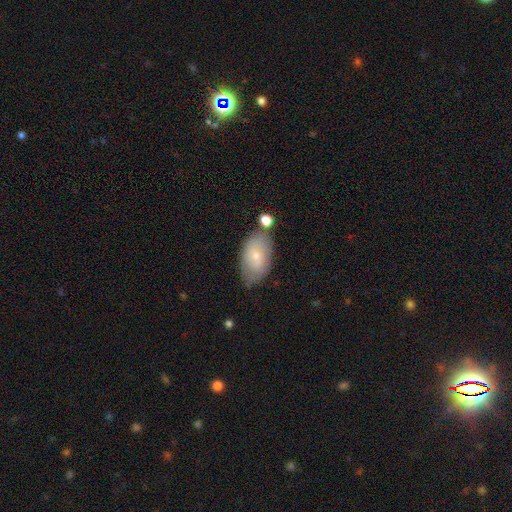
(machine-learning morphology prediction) type=smooth (63%); roundness=in between (92%); merging=none (65%).